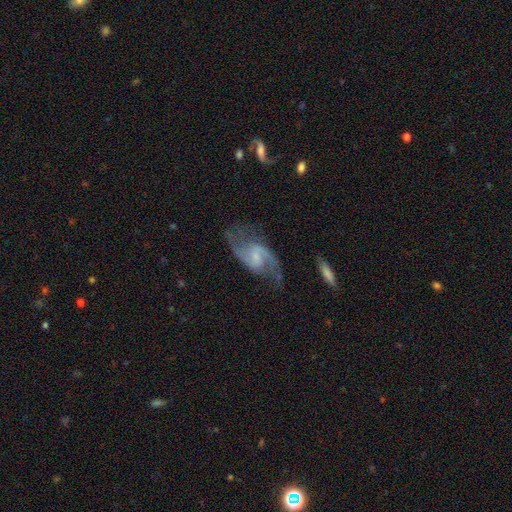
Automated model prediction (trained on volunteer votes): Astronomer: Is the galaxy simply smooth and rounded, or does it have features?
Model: featured or disk — 86%.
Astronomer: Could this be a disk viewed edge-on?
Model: no — 97%.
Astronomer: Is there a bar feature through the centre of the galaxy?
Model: weak — 55% (runner-up: no, 31%).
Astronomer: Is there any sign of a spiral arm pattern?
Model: yes — 96%.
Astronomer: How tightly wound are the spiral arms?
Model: loose — 50% (runner-up: medium, 41%).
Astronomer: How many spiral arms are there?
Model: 2 — 91%.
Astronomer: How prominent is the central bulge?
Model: small — 48% (runner-up: none, 24%).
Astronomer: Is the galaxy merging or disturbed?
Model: none — 65%.